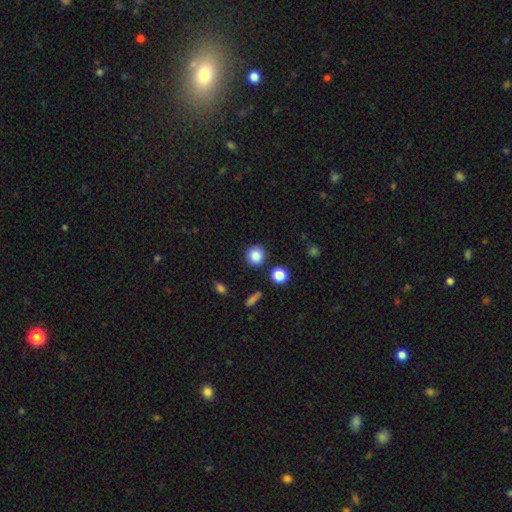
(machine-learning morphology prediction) Overall: smooth (86%). How rounded: round (91%). Merging: none (87%).